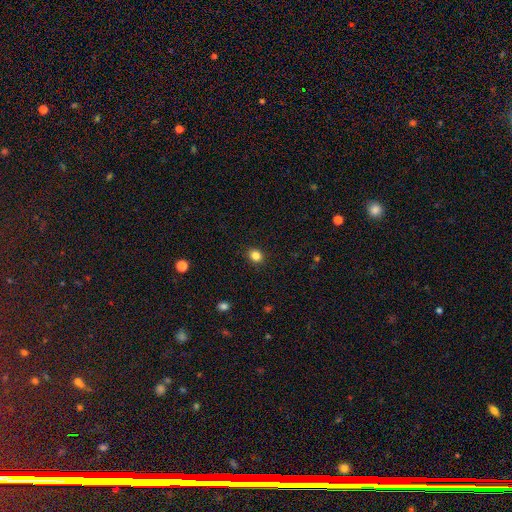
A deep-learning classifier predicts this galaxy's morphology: smooth-or-featured: smooth: 84% | star or artifact: 12% | featured or disk: 4%
  how-rounded: round: 73% | in between: 26% | cigar-shaped: 1%
  merging: none: 91% | minor disturbance: 7% | major disturbance: 2% | merger: 1%